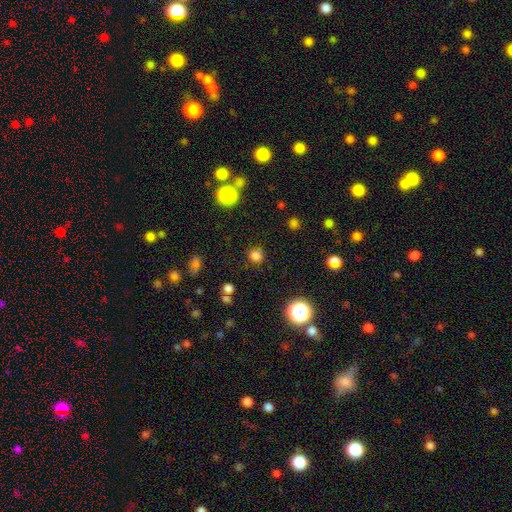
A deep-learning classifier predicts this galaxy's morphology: The model was most divided on "smooth or featured": smooth: 77%, star or artifact: 19%, featured or disk: 5%. More confident: how rounded — round (85%); merging — none (82%).